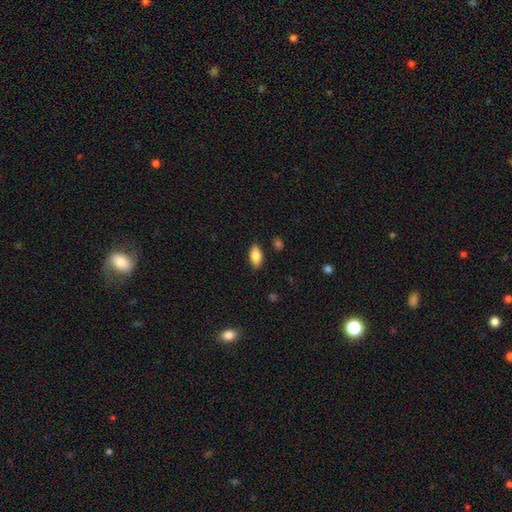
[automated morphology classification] smooth_or_featured: smooth (p=0.83) [alt: featured or disk p=0.10]
how_rounded: in between (p=0.90) [alt: cigar-shaped p=0.07]
merging: none (p=0.86) [alt: minor disturbance p=0.11]